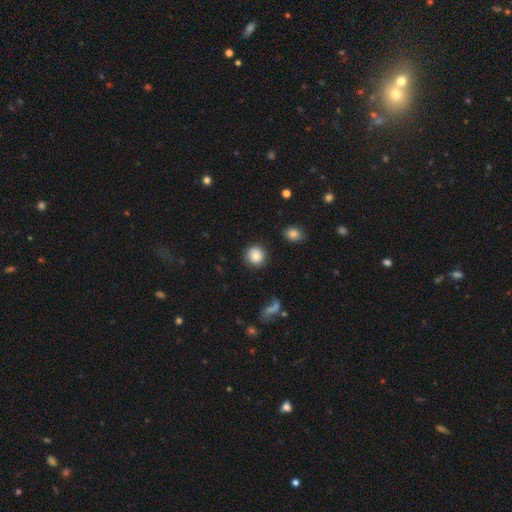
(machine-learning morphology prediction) Smooth or featured? Predicted: smooth (p=0.81). How rounded? Predicted: round (p=0.92). Merging? Predicted: none (p=0.86).